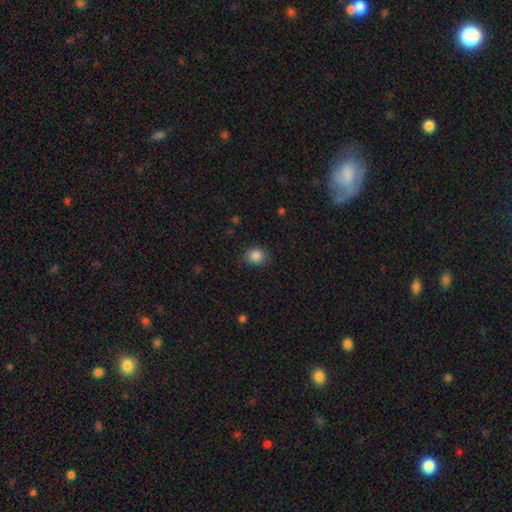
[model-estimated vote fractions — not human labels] This is clearly a smooth galaxy (87%). How rounded: likely round (76%). Merging: clearly none (80%).